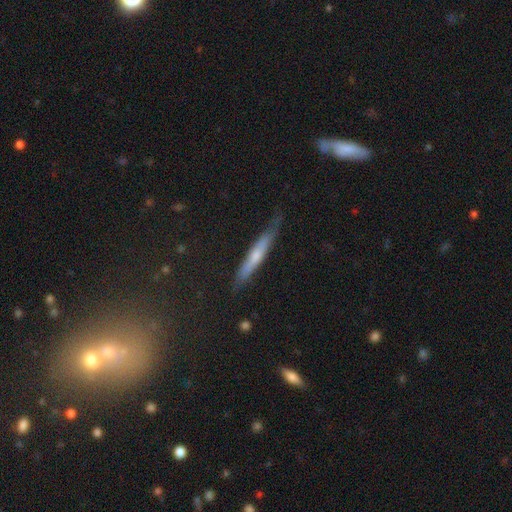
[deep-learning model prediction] Smooth or featured: smooth — 47% (featured or disk — 45%)
Merging: none — 72% (minor disturbance — 23%)